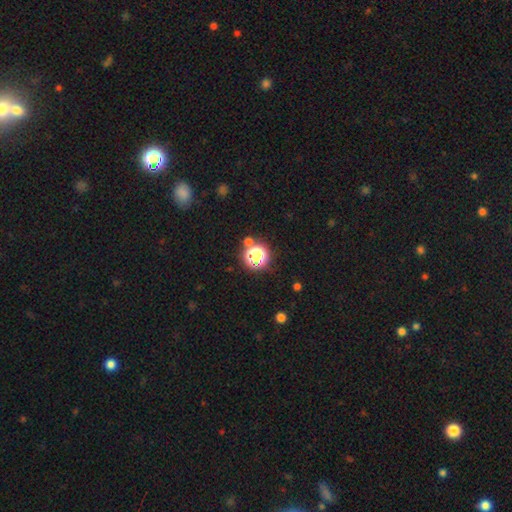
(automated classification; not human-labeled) Smooth or featured?
  - smooth: 50% *
  - star or artifact: 41%
  - featured or disk: 10%
Merging?
  - none: 70% *
  - merger: 13%
  - minor disturbance: 11%
  - major disturbance: 6%